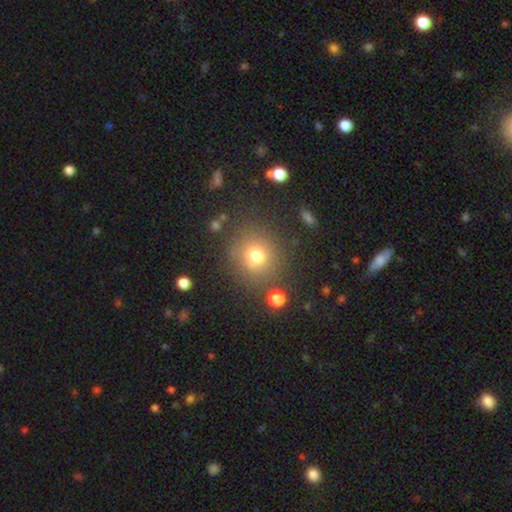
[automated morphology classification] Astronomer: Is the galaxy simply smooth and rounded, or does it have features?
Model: smooth — 73%.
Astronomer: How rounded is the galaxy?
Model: round — 88%.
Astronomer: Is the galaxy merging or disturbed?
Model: none — 81%.